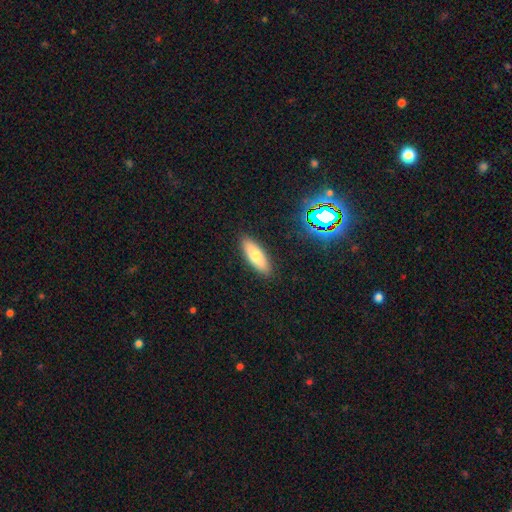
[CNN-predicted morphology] This appears to be a smooth galaxy with no disk features (70%) that is in between round and cigar-shaped (58%). Merging: none (88%).